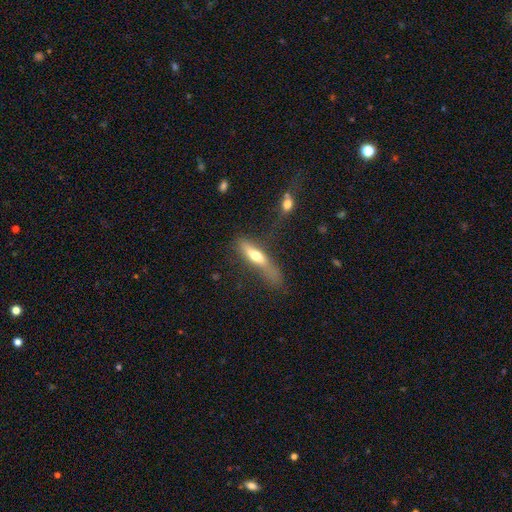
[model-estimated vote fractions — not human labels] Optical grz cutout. It shows a smooth galaxy with no disk features (59%) that is cigar-shaped (72%). Merging: none (42%).